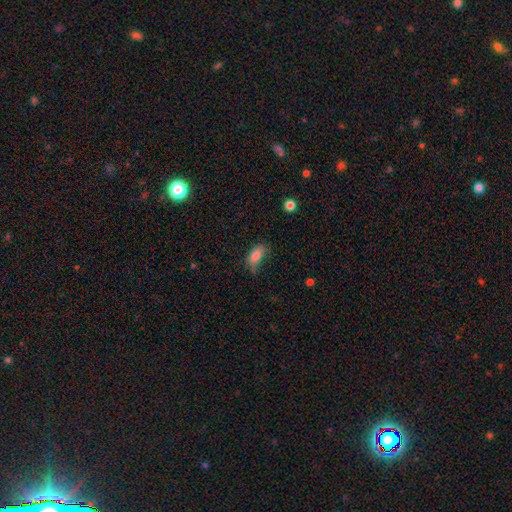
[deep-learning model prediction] Smooth or featured?
  - smooth: 81% *
  - featured or disk: 10%
  - star or artifact: 9%
How rounded?
  - in between: 87% *
  - cigar-shaped: 7%
  - round: 6%
Merging?
  - none: 49% *
  - minor disturbance: 34%
  - major disturbance: 14%
  - merger: 3%